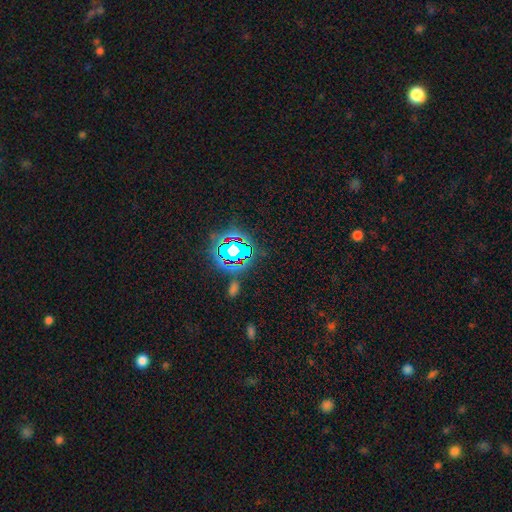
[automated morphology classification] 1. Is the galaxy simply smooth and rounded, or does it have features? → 78% star or artifact, 14% smooth, 8% featured or disk.